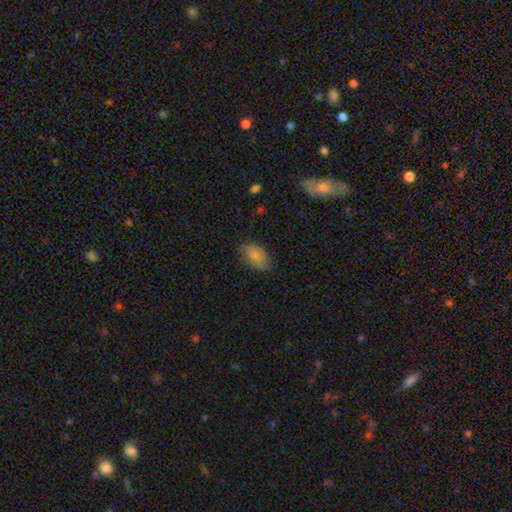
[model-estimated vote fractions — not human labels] Smooth or featured?
  - smooth: 83% *
  - featured or disk: 10%
  - star or artifact: 8%
How rounded?
  - in between: 91% *
  - round: 8%
  - cigar-shaped: 2%
Merging?
  - none: 71% *
  - minor disturbance: 22%
  - major disturbance: 5%
  - merger: 1%